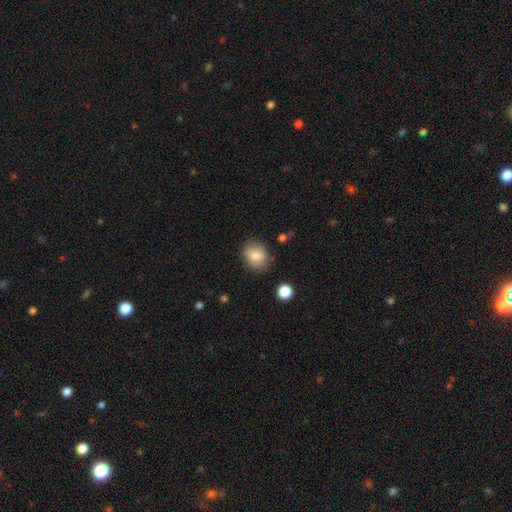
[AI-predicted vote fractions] Smooth or featured? smooth (80%)
How rounded? round (55%)
Merging? none (78%)